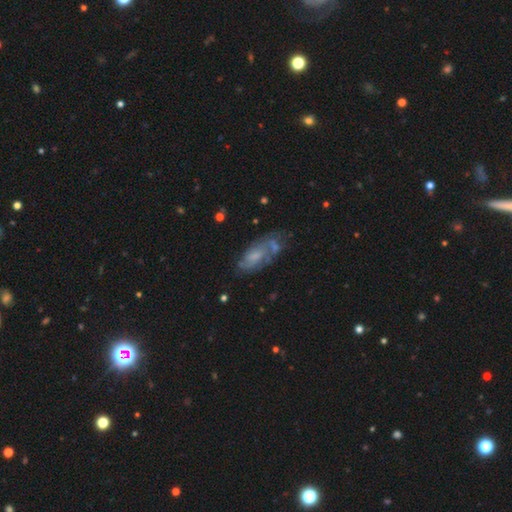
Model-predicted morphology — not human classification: Smooth or featured? featured or disk (58%)
Edge-on disk? no (90%)
Bar? no (68%)
Spiral arms? yes (71%)
Bulge size? small (36%)
Merging? none (54%)